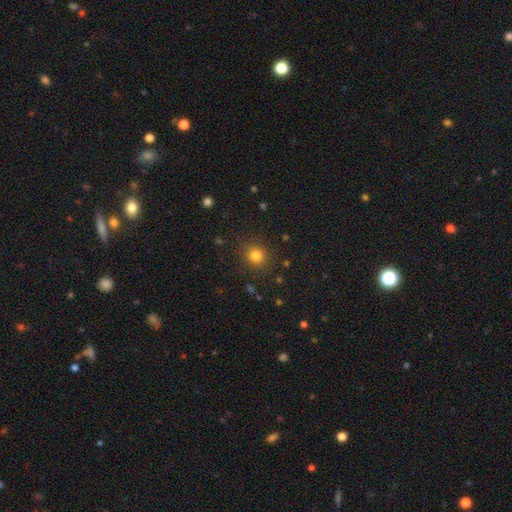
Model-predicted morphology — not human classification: type=smooth (81%); roundness=round (90%); merging=none (88%).